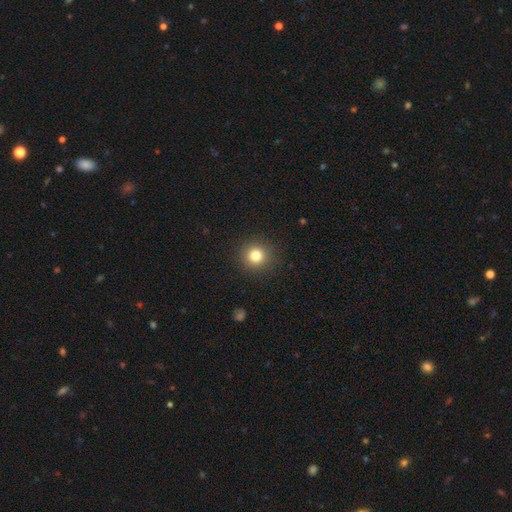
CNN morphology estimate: smooth 81%, star or artifact 13%, featured or disk 7%. Down the decision tree: how rounded — round (93%); merging — none (91%).